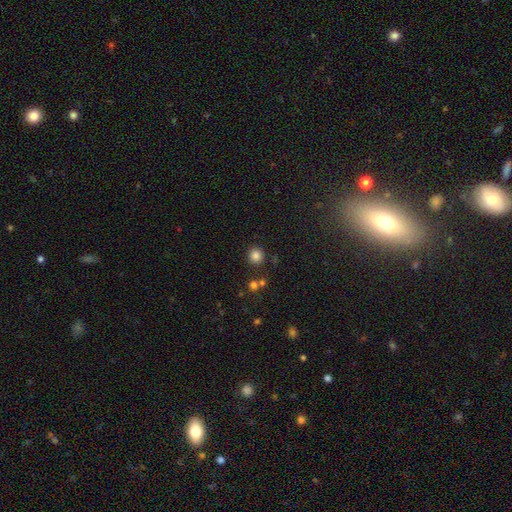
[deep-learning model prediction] Smooth or featured? smooth (83%)
How rounded? round (90%)
Merging? none (85%)